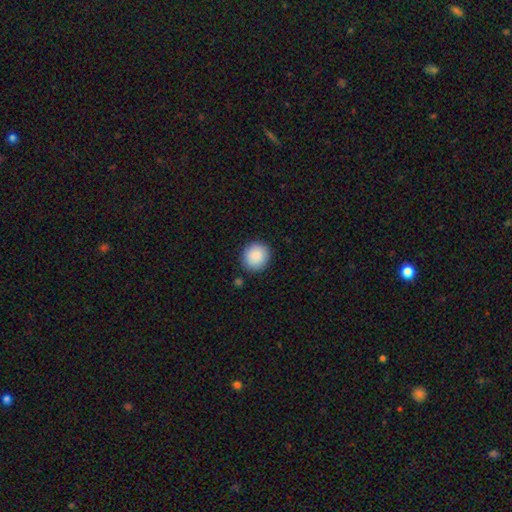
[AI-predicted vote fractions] A smooth galaxy with no disk features (89%) that is round (90%).

Vote fractions:
- Smooth or featured? smooth: 89% / star or artifact: 7% / featured or disk: 4%
- How rounded? round: 90% / in between: 9% / cigar-shaped: 1%
- Merging? none: 89% / minor disturbance: 7% / major disturbance: 2% / merger: 2%